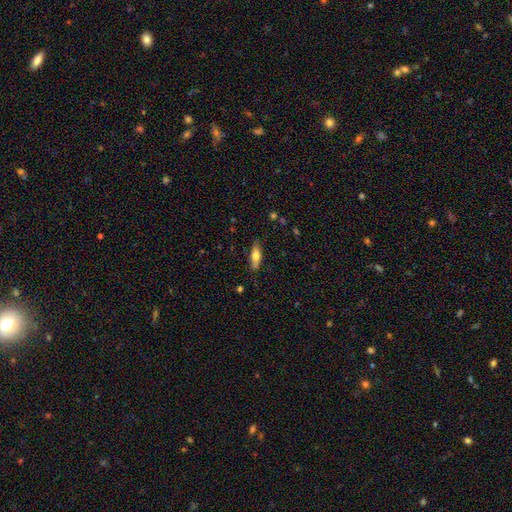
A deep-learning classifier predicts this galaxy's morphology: Smooth or featured: smooth — 55% (featured or disk — 38%)
How rounded: cigar-shaped — 50% (in between — 47%)
Merging: none — 84% (minor disturbance — 12%)